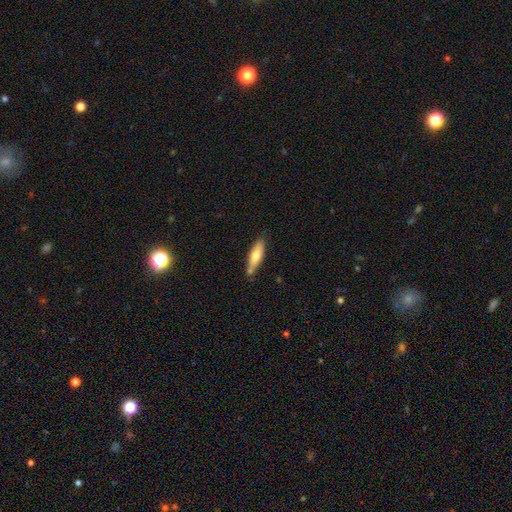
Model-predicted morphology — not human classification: Smooth or featured? Predicted: smooth (p=0.70). How rounded? Predicted: cigar-shaped (p=0.61). Merging? Predicted: none (p=0.68).